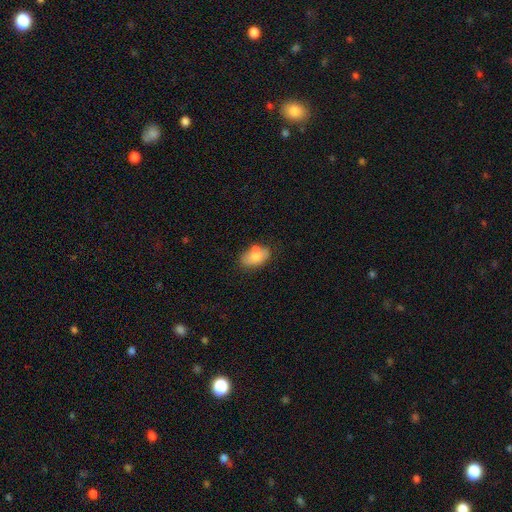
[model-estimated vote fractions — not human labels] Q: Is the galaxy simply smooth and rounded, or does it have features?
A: smooth — 78%.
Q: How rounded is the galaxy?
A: in between — 87%.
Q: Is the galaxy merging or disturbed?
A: none — 57%.